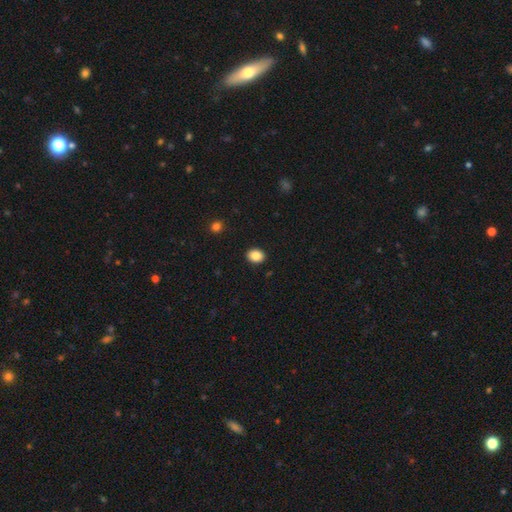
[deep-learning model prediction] Overall: smooth (86%). How rounded: in between (53%; round 46%). Merging: none (91%).